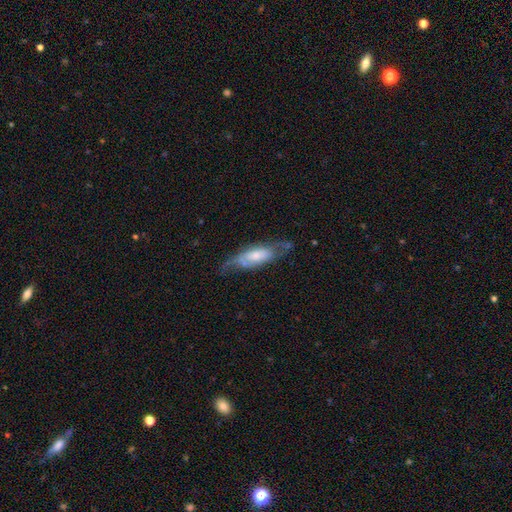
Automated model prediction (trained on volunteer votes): smooth_or_featured: featured or disk (p=0.58) [alt: smooth p=0.36]
disk_edge_on: no (p=0.70) [alt: yes p=0.30]
merging: none (p=0.52) [alt: minor disturbance p=0.27]